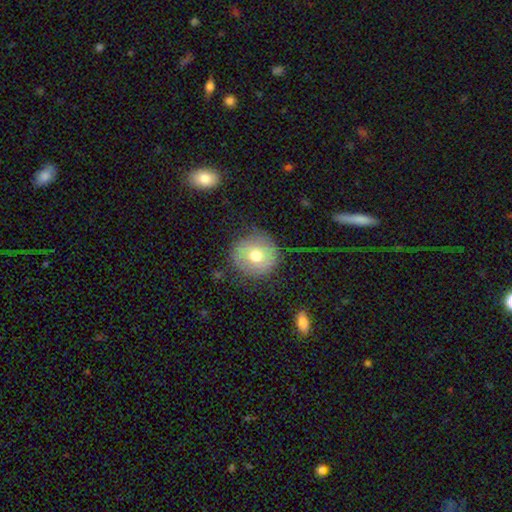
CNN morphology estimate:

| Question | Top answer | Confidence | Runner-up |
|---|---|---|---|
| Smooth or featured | smooth | 68% | featured or disk (22%) |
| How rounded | round | 92% | in between (7%) |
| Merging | none | 78% | minor disturbance (15%) |